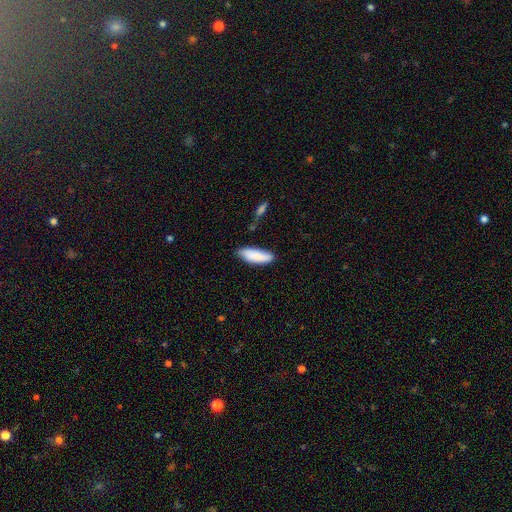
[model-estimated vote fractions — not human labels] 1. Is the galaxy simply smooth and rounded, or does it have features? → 85% smooth, 9% featured or disk, 6% star or artifact.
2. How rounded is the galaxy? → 59% in between, 39% cigar-shaped, 2% round.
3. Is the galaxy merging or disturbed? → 75% none, 18% minor disturbance, 3% merger, 3% major disturbance.